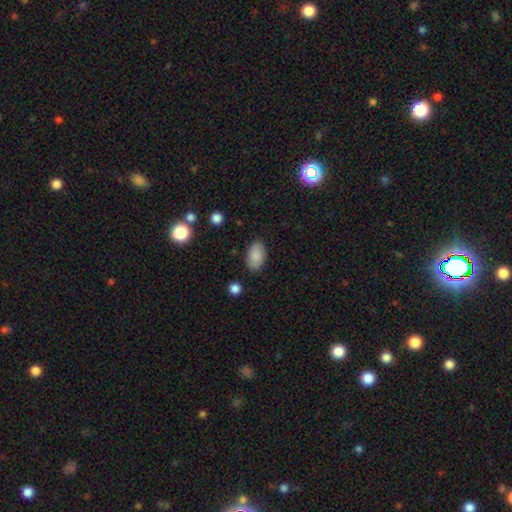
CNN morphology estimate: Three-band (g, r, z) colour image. It shows a smooth galaxy with no disk features (86%) that is in between round and cigar-shaped (93%). Merging: none (84%).